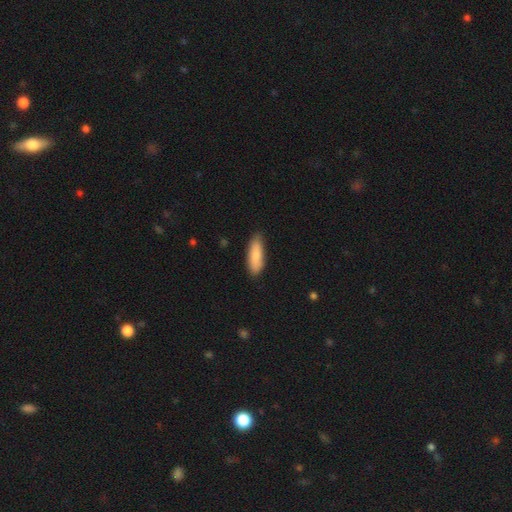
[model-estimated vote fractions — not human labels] Smooth or featured: smooth — 85% (featured or disk — 10%)
How rounded: in between — 55% (cigar-shaped — 44%)
Merging: none — 83% (minor disturbance — 14%)